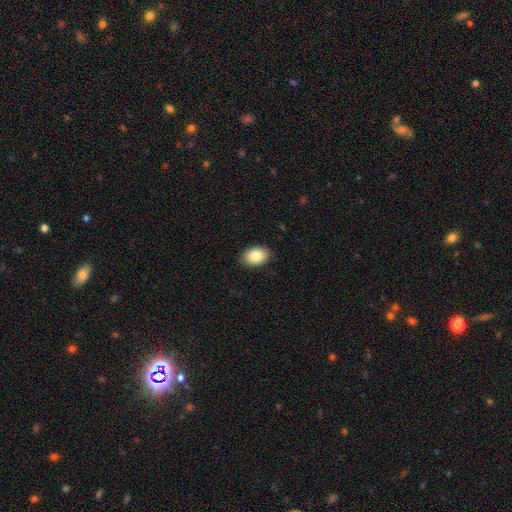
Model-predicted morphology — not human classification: Smooth or featured?
  - smooth: 85% *
  - featured or disk: 8%
  - star or artifact: 7%
How rounded?
  - in between: 83% *
  - round: 16%
  - cigar-shaped: 1%
Merging?
  - none: 87% *
  - minor disturbance: 10%
  - major disturbance: 2%
  - merger: 1%